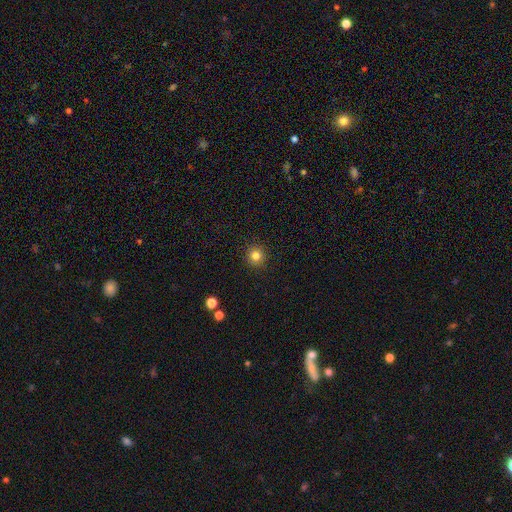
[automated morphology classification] The model was most divided on "smooth or featured": smooth: 82%, star or artifact: 13%, featured or disk: 6%. More confident: how rounded — round (94%); merging — none (92%).